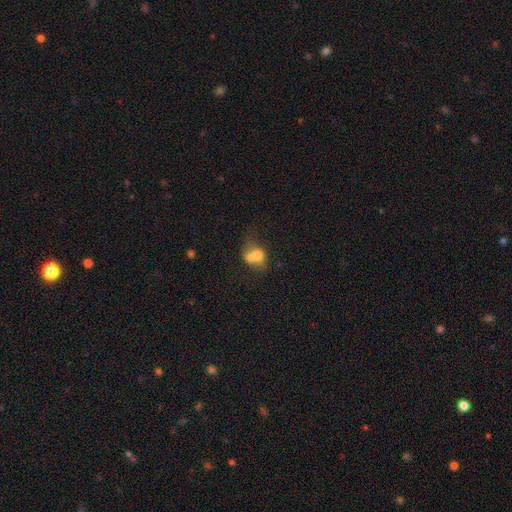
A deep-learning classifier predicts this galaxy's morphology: This appears to be a smooth galaxy with no disk features (63%) that is round (50%). Merging: merger (64%).